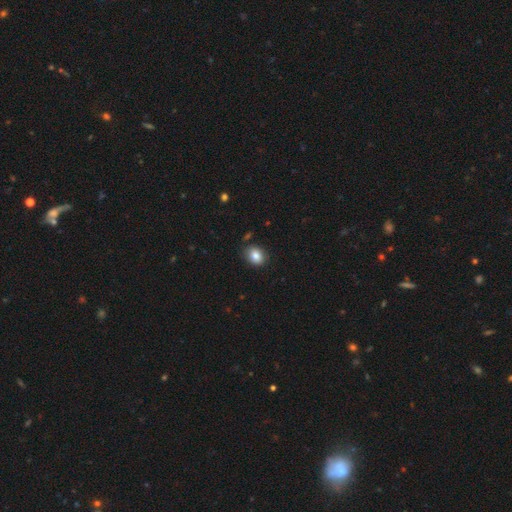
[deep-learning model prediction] Smooth or featured? smooth (84%)
How rounded? in between (57%)
Merging? none (84%)